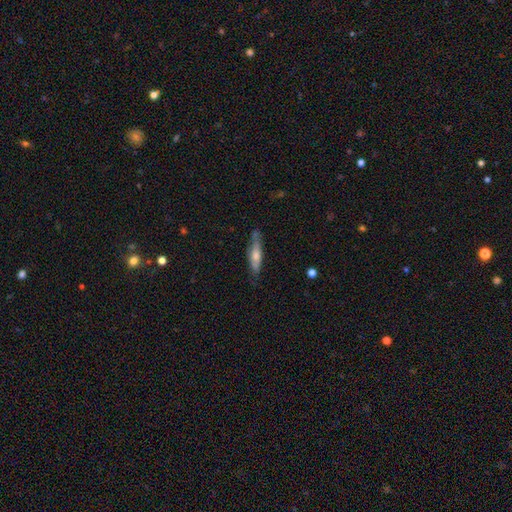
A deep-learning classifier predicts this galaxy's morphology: This appears to be a smooth galaxy with no disk features (50%) that is cigar-shaped (74%). Merging: none (70%).